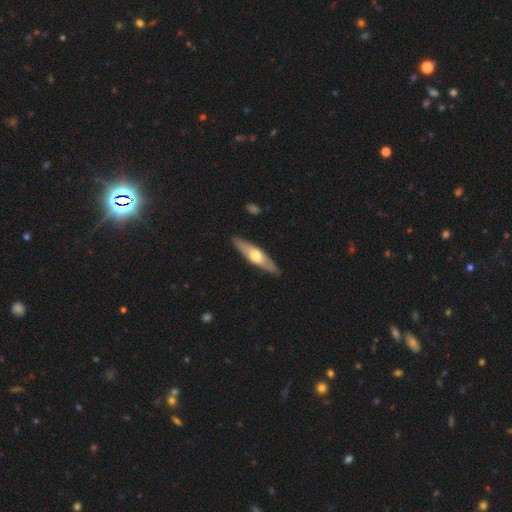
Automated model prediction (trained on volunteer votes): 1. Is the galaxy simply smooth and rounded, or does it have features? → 51% featured or disk, 44% smooth, 5% star or artifact.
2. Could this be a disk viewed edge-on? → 83% yes, 17% no.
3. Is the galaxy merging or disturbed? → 89% none, 8% minor disturbance, 2% major disturbance, 1% merger.